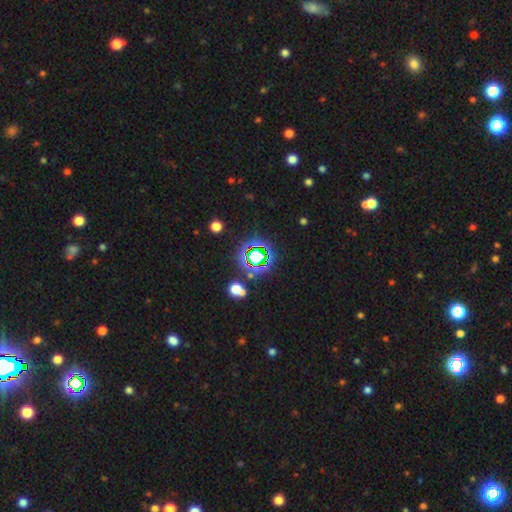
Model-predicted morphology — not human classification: Smooth or featured? star or artifact (73%)